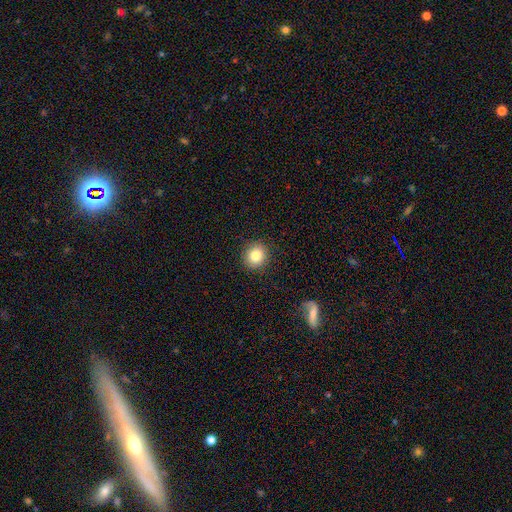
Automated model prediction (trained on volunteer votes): A smooth galaxy with no disk features (83%) that is round (87%).

Vote fractions:
- Smooth or featured? smooth: 83% / star or artifact: 10% / featured or disk: 8%
- How rounded? round: 87% / in between: 12% / cigar-shaped: 1%
- Merging? none: 91% / minor disturbance: 6% / major disturbance: 2% / merger: 1%